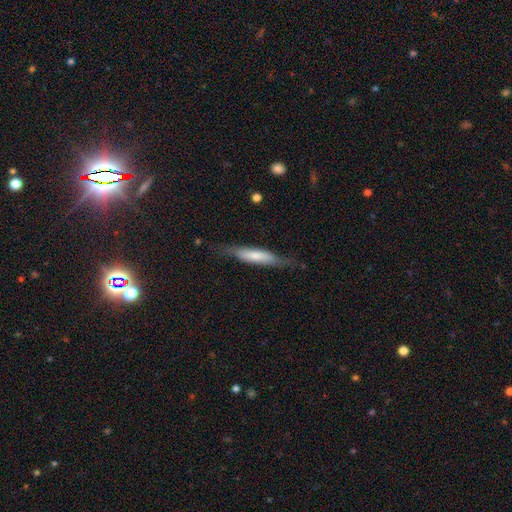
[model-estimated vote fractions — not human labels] smooth 59%, featured or disk 35%, star or artifact 6%. Down the decision tree: how rounded — cigar-shaped (82%); merging — none (71%).